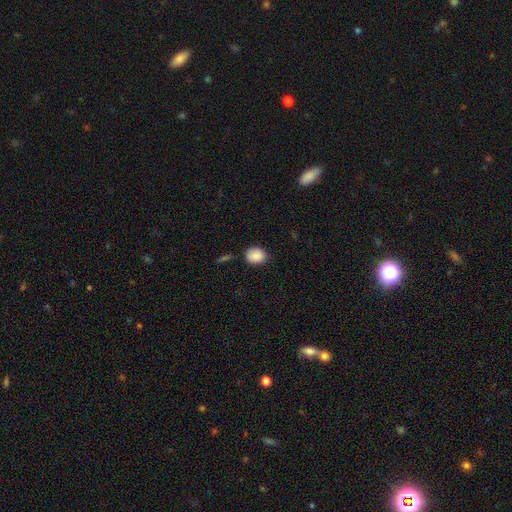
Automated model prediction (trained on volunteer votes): Smooth or featured? Predicted: smooth (p=0.88). How rounded? Predicted: round (p=0.51). Merging? Predicted: none (p=0.81).